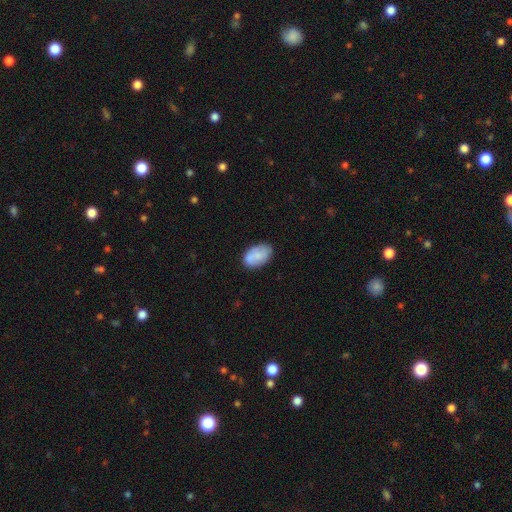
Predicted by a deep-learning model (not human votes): A smooth galaxy with no disk features (76%) that is in between round and cigar-shaped (91%). Merging: none (74%).